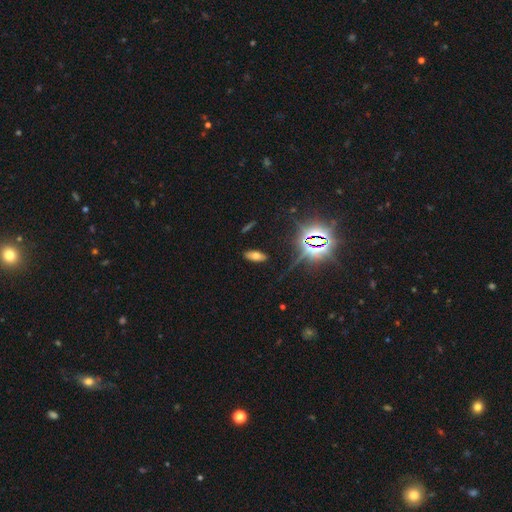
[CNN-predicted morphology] Overall: smooth (58%; star or artifact 27%). How rounded: in between (85%). Merging: none (87%).